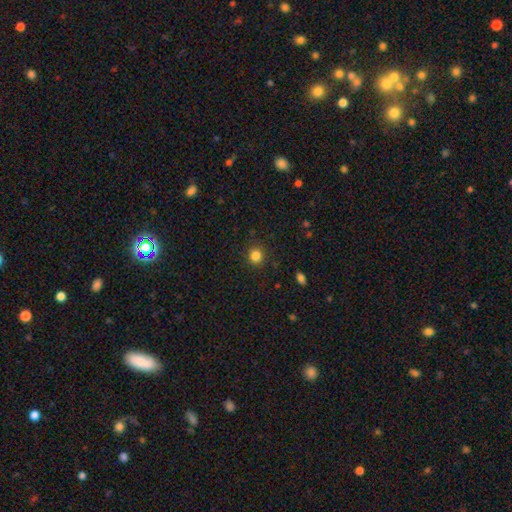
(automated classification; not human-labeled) smooth_or_featured: smooth (p=0.83) [alt: star or artifact p=0.12]
how_rounded: round (p=0.91) [alt: in between p=0.08]
merging: none (p=0.90) [alt: minor disturbance p=0.07]